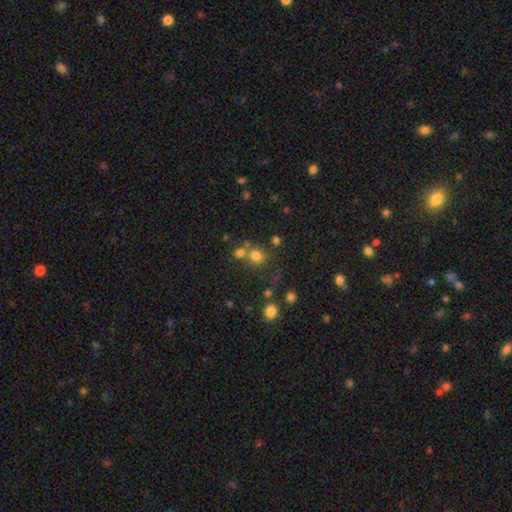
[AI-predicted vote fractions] This appears to be a smooth galaxy with no disk features (74%) that is round (83%). Merging: none (58%).